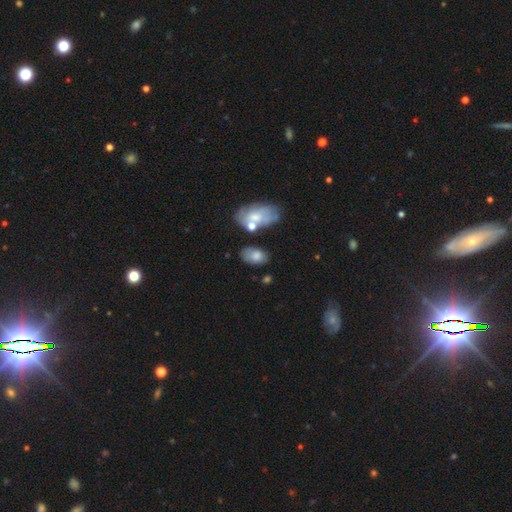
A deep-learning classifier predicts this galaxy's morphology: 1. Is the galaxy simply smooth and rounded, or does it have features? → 73% smooth, 18% featured or disk, 9% star or artifact.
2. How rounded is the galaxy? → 88% in between, 10% round, 2% cigar-shaped.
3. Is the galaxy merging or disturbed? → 55% none, 23% minor disturbance, 13% merger, 9% major disturbance.